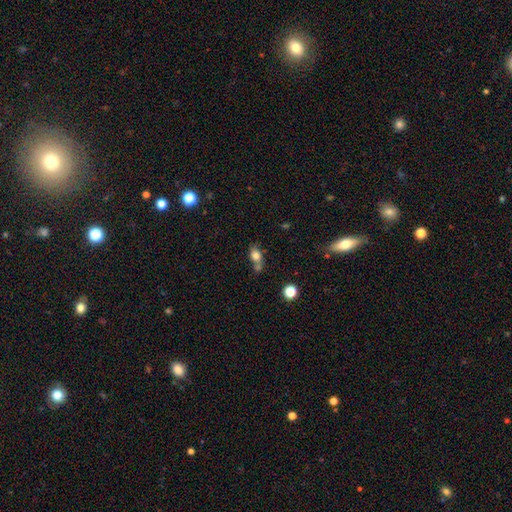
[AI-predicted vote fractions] Q: Smooth or featured?
A: smooth (74%); runner-up: featured or disk (14%)
Q: How rounded?
A: in between (63%); runner-up: round (32%)
Q: Merging?
A: none (43%); runner-up: merger (32%)